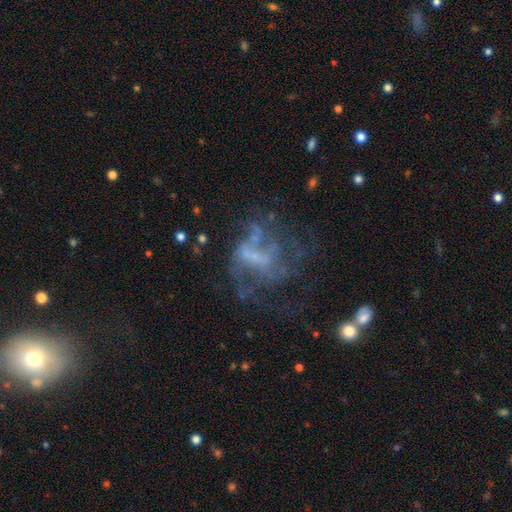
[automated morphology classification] This appears to be a featured or disk galaxy (66%) with no bar (60%), no spiral arms (62%) and no central bulge (49%). Merging: none (38%, tied with major disturbance).